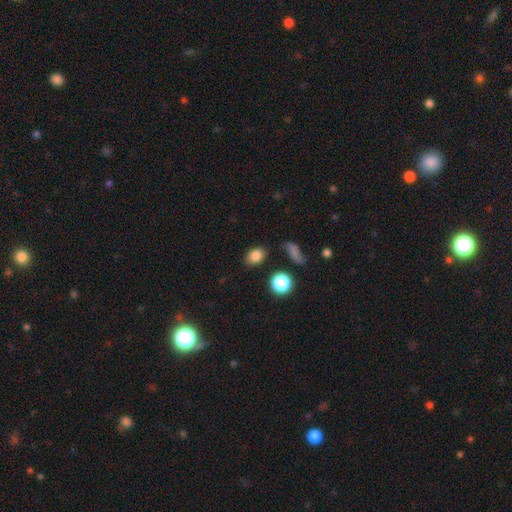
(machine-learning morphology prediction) Smooth or featured?
  - smooth: 82% *
  - star or artifact: 11%
  - featured or disk: 7%
How rounded?
  - in between: 72% *
  - round: 26%
  - cigar-shaped: 1%
Merging?
  - none: 81% *
  - minor disturbance: 12%
  - merger: 4%
  - major disturbance: 3%